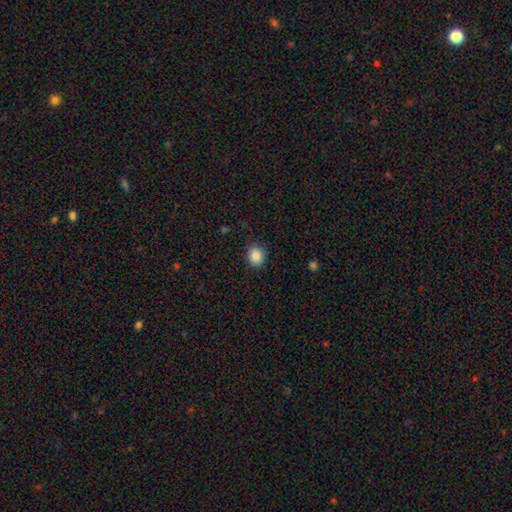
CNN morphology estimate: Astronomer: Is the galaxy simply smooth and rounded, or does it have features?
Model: smooth — 87%.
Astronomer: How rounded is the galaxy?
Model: round — 70%.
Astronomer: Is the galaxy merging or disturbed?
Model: none — 88%.